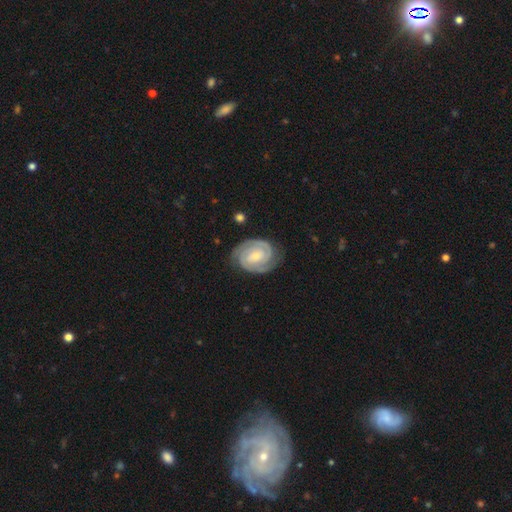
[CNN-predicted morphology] This appears to be a featured or disk galaxy (90%) with a weak bar (43%), 2 (90%) tight (74%) spiral arms (98%) and a small central bulge (49%). Merging: none (82%).